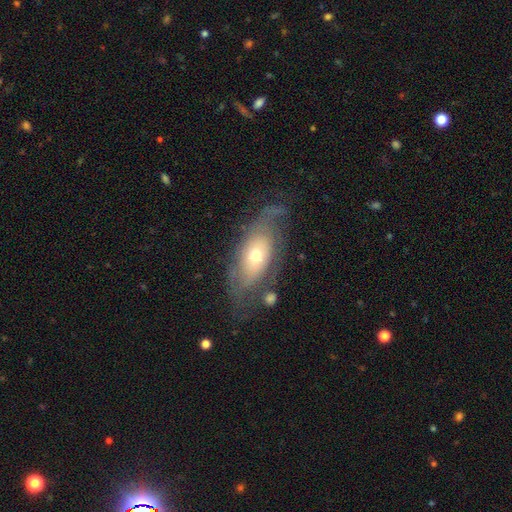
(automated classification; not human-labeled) Q: Smooth or featured?
A: featured or disk (61%); runner-up: smooth (32%)
Q: Edge-on disk?
A: no (87%); runner-up: yes (13%)
Q: Bar?
A: no (82%); runner-up: weak (15%)
Q: Spiral arms?
A: yes (68%); runner-up: no (32%)
Q: Bulge size?
A: moderate (58%); runner-up: small (34%)
Q: Merging?
A: none (53%); runner-up: minor disturbance (23%)